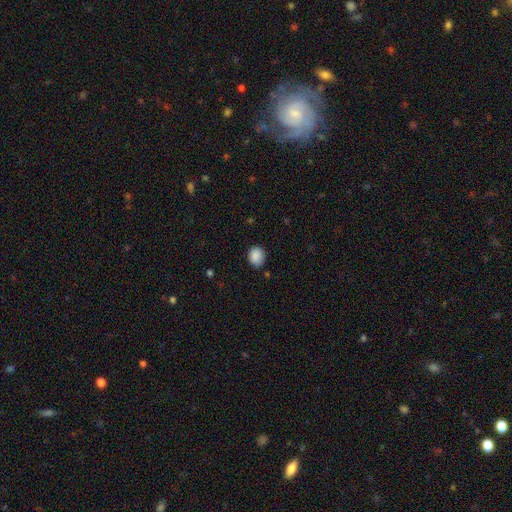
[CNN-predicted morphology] smooth 88%, star or artifact 8%, featured or disk 4%. Down the decision tree: how rounded — round (58%); merging — none (80%).